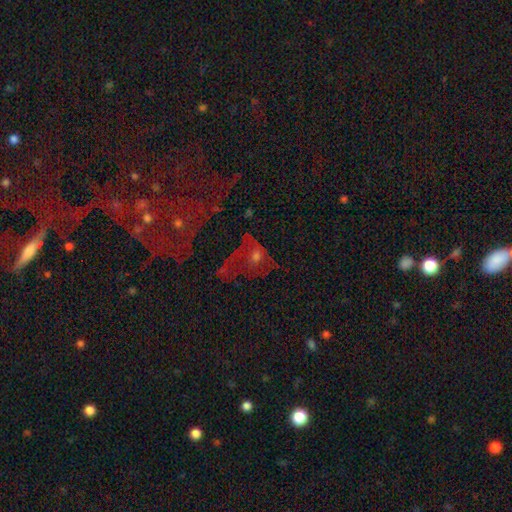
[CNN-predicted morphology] Smooth or featured?
  - featured or disk: 38% *
  - star or artifact: 37%
  - smooth: 25%
Merging?
  - none: 44% *
  - major disturbance: 30%
  - minor disturbance: 17%
  - merger: 9%